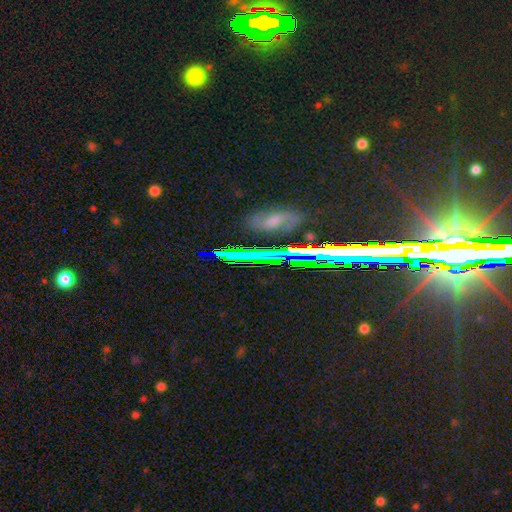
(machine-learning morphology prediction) smooth_or_featured: star or artifact (p=0.71) [alt: featured or disk p=0.18]